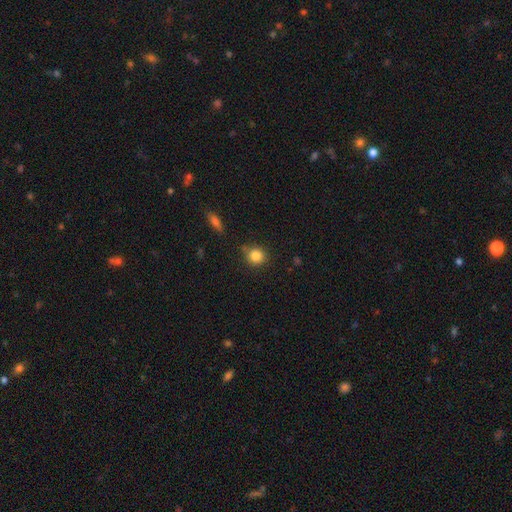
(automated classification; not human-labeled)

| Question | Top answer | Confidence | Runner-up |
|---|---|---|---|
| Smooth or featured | smooth | 84% | star or artifact (10%) |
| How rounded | round | 87% | in between (12%) |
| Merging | none | 78% | minor disturbance (15%) |